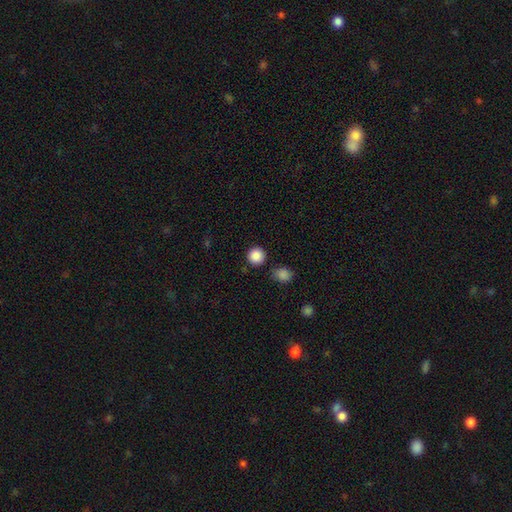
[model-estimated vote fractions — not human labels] Overall: smooth (87%). How rounded: round (94%). Merging: none (85%).